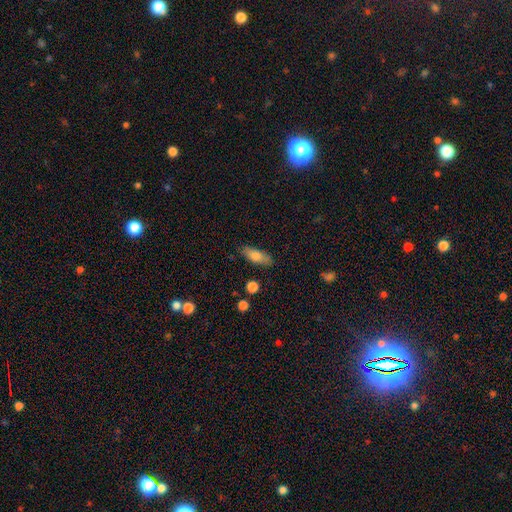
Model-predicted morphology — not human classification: smooth_or_featured: smooth (p=0.76) [alt: featured or disk p=0.17]
how_rounded: in between (p=0.65) [alt: cigar-shaped p=0.32]
merging: none (p=0.83) [alt: minor disturbance p=0.12]